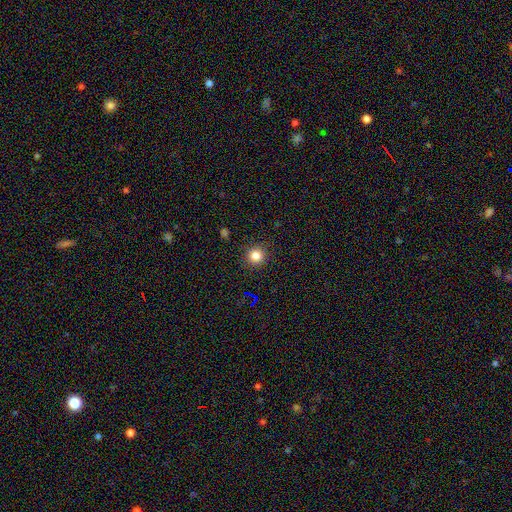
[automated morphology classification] smooth_or_featured: smooth (p=0.81) [alt: star or artifact p=0.14]
how_rounded: round (p=0.94) [alt: in between p=0.05]
merging: none (p=0.91) [alt: minor disturbance p=0.06]